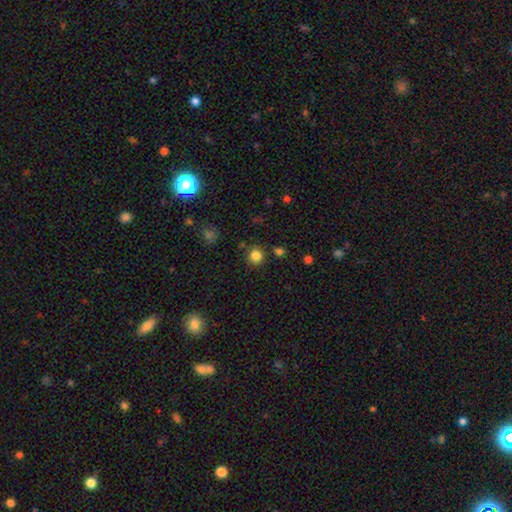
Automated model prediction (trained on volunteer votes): This is clearly a smooth galaxy (83%). How rounded: clearly round (93%). Merging: clearly none (86%).